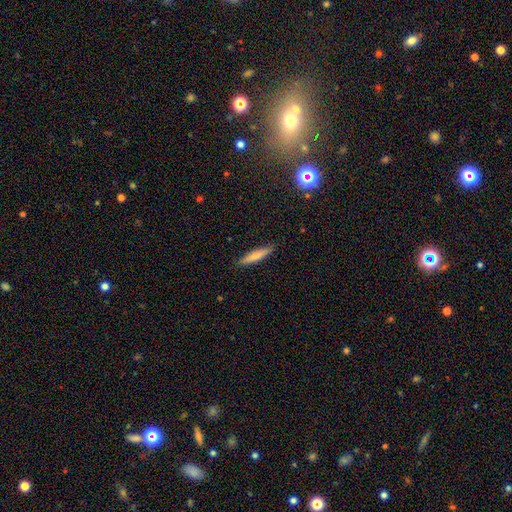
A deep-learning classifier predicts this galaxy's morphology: A smooth galaxy with no disk features (68%) that is cigar-shaped (86%).

Vote fractions:
- Smooth or featured? smooth: 68% / featured or disk: 26% / star or artifact: 6%
- How rounded? cigar-shaped: 86% / in between: 12% / round: 2%
- Merging? none: 89% / minor disturbance: 8% / major disturbance: 2% / merger: 1%